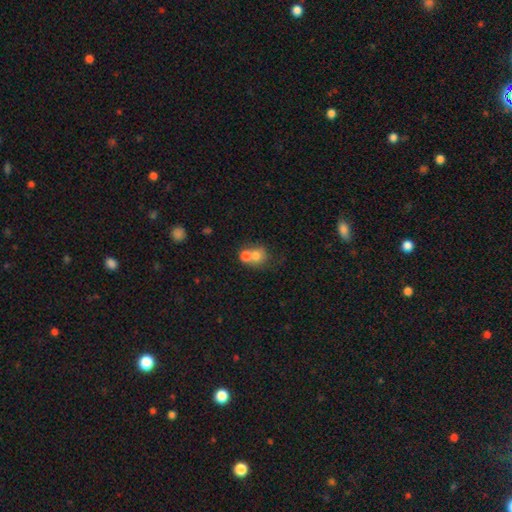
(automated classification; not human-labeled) Overall: smooth (71%). How rounded: round (72%). Merging: merger (60%; none 28%).